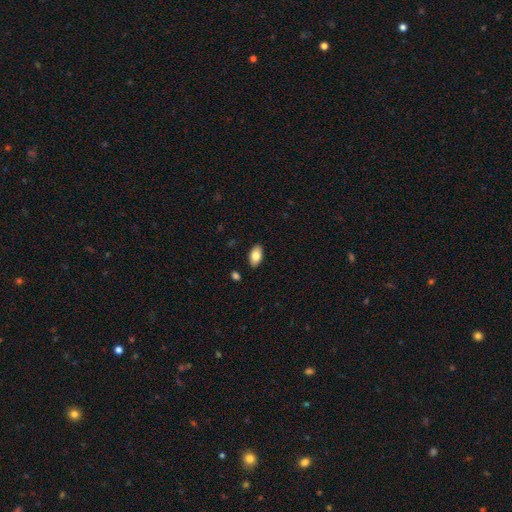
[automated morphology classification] The model was most divided on "smooth or featured": smooth: 81%, featured or disk: 12%, star or artifact: 7%. More confident: how rounded — in between (94%); merging — none (89%).